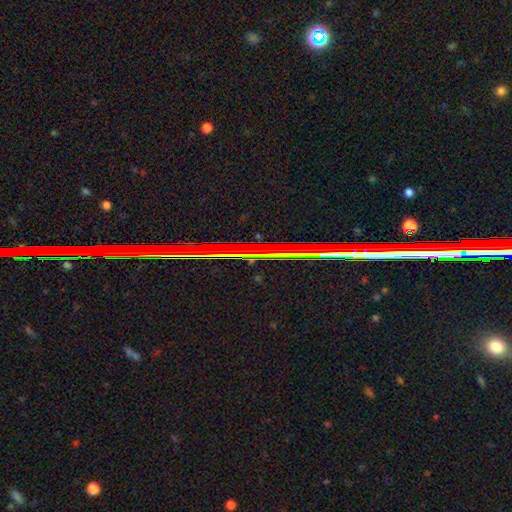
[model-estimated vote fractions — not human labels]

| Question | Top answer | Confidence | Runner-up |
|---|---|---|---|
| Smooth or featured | star or artifact | 83% | featured or disk (10%) |